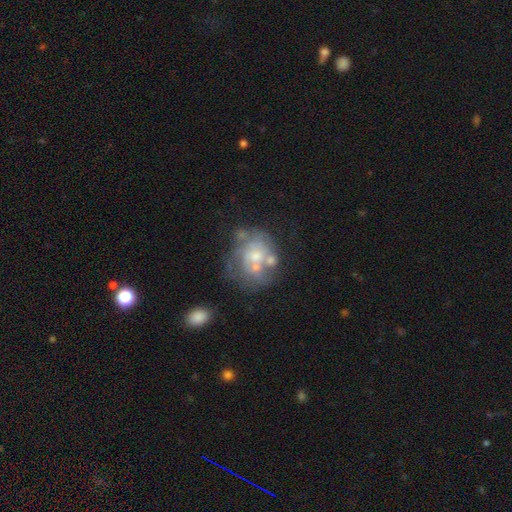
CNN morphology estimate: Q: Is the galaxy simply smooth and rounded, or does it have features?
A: featured or disk — 65%.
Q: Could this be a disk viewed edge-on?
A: no — 98%.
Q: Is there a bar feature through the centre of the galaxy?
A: no — 85%.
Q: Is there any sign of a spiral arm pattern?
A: no — 60%.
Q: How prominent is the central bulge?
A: small — 50%.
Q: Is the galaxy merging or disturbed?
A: none — 42%.